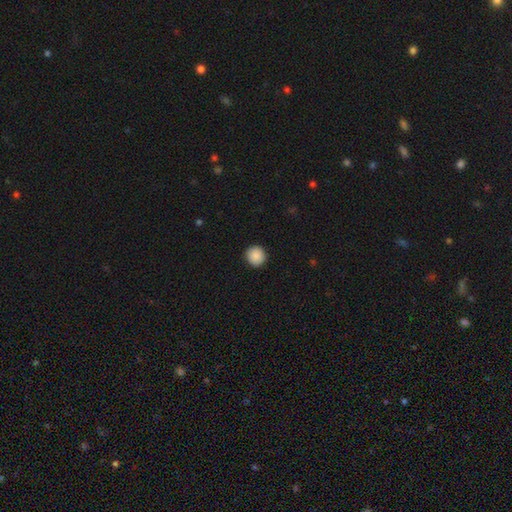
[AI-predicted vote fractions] smooth 89%, star or artifact 8%, featured or disk 3%. Down the decision tree: how rounded — round (94%); merging — none (92%).